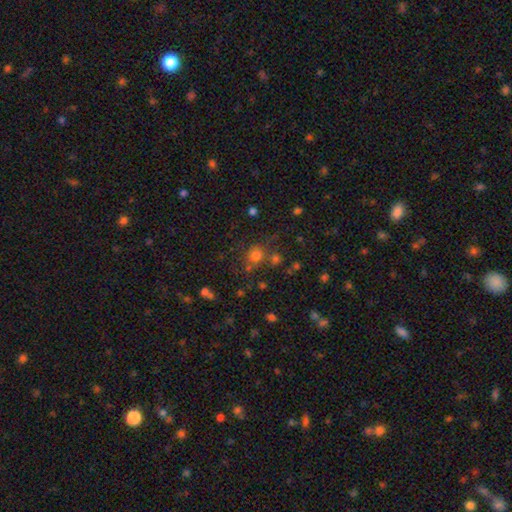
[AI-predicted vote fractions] smooth_or_featured: smooth (p=0.72) [alt: star or artifact p=0.21]
how_rounded: round (p=0.87) [alt: in between p=0.12]
merging: none (p=0.68) [alt: merger p=0.15]